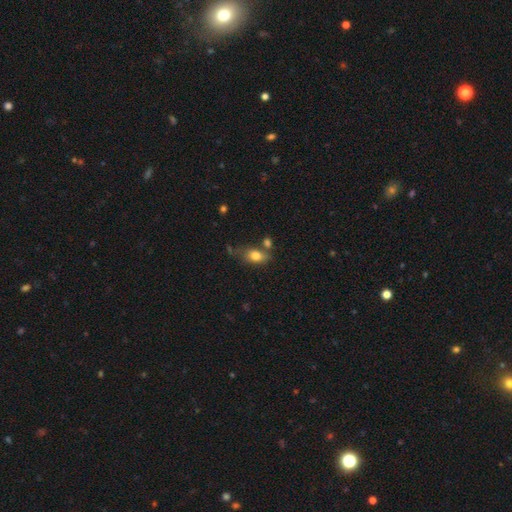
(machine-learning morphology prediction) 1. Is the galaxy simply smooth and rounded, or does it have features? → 79% smooth, 12% featured or disk, 9% star or artifact.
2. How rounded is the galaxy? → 82% in between, 14% round, 4% cigar-shaped.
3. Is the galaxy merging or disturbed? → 57% none, 20% minor disturbance, 16% merger, 7% major disturbance.